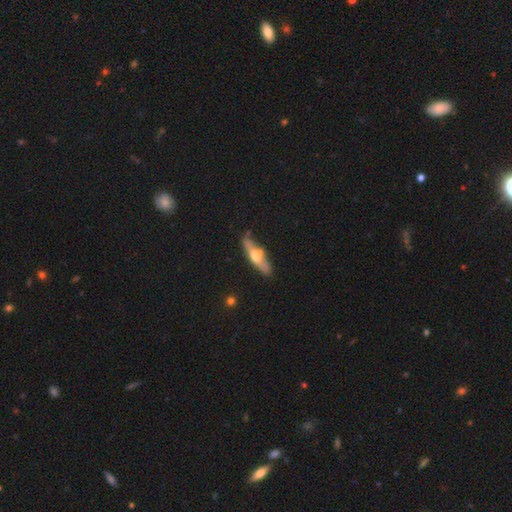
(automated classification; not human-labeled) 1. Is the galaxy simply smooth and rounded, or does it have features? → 54% featured or disk, 41% smooth, 5% star or artifact.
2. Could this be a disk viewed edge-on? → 82% yes, 18% no.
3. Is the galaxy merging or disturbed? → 76% none, 16% minor disturbance, 4% merger, 3% major disturbance.